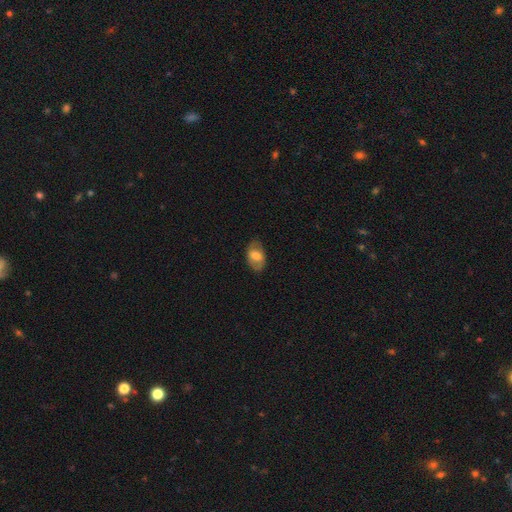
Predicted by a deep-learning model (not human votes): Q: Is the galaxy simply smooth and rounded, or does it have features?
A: smooth — 66%.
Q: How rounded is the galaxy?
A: in between — 89%.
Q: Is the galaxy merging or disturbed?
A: none — 76%.